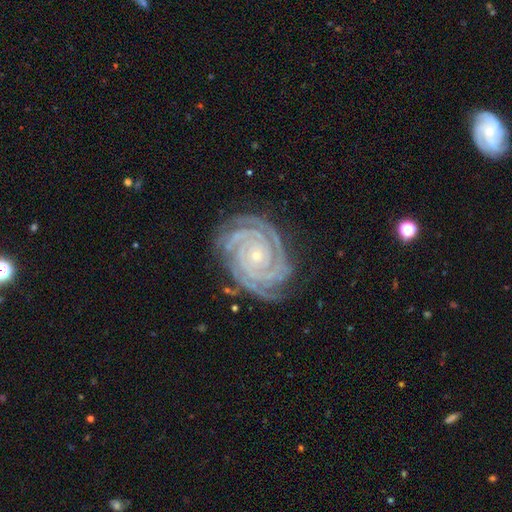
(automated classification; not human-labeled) A featured or disk galaxy (92%) with no bar (78%), 2 (27%) tight (89%) spiral arms (99%) and a small central bulge (83%).

Vote fractions:
- Smooth or featured? featured or disk: 92% / star or artifact: 5% / smooth: 3%
- Edge-on disk? no: 98% / yes: 2%
- Bar? no: 78% / weak: 12% / strong: 9%
- Spiral arms? yes: 99% / no: 1%
- Spiral winding? tight: 89% / medium: 10% / loose: 1%
- Spiral arm count? 2: 27% / 3: 24% / 4: 21% / can't tell: 11% / more than 4: 10% / 1: 7%
- Bulge size? small: 83% / moderate: 14% / none: 1% / large: 1% / dominant: 1%
- Merging? none: 81% / minor disturbance: 14% / major disturbance: 4% / merger: 1%